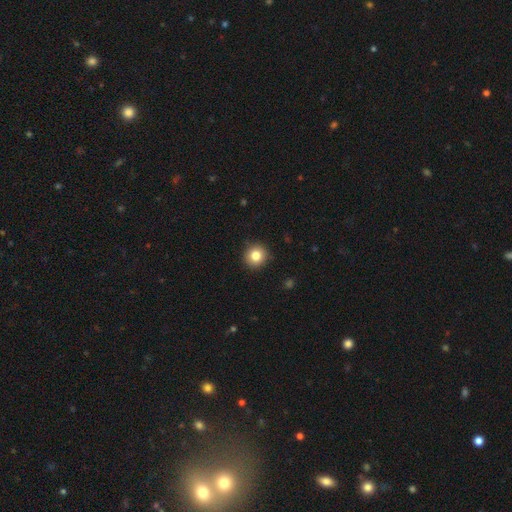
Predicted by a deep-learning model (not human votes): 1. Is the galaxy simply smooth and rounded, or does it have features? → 82% smooth, 10% star or artifact, 7% featured or disk.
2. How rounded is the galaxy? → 92% round, 7% in between, 1% cigar-shaped.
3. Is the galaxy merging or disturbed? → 91% none, 6% minor disturbance, 2% major disturbance, 1% merger.